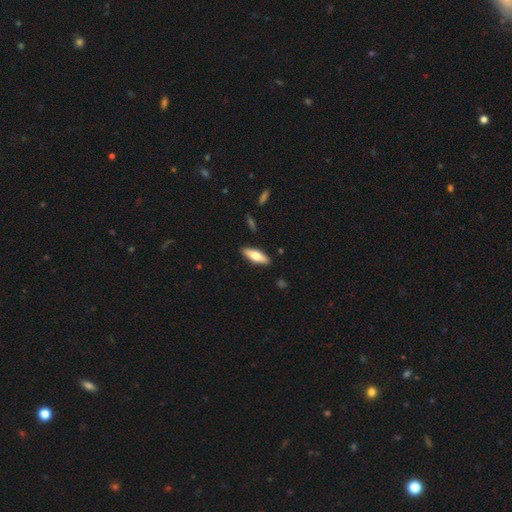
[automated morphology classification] smooth-or-featured: smooth: 60% | featured or disk: 35% | star or artifact: 6%
  how-rounded: in between: 54% | cigar-shaped: 43% | round: 2%
  merging: none: 89% | minor disturbance: 8% | major disturbance: 2% | merger: 1%